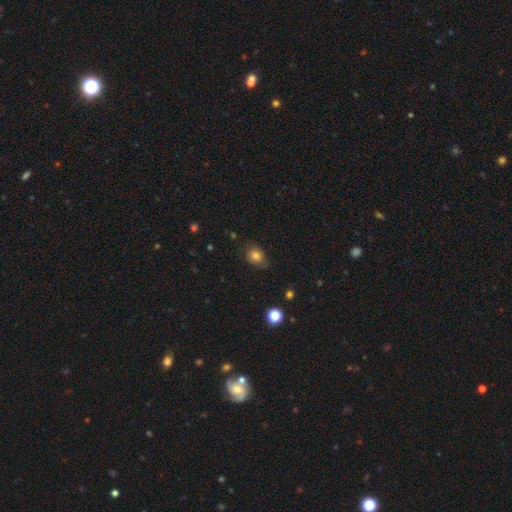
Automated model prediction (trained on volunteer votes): The model was most divided on "how rounded": round: 58%, in between: 41%, cigar-shaped: 1%. More confident: smooth or featured — smooth (80%); merging — none (68%).